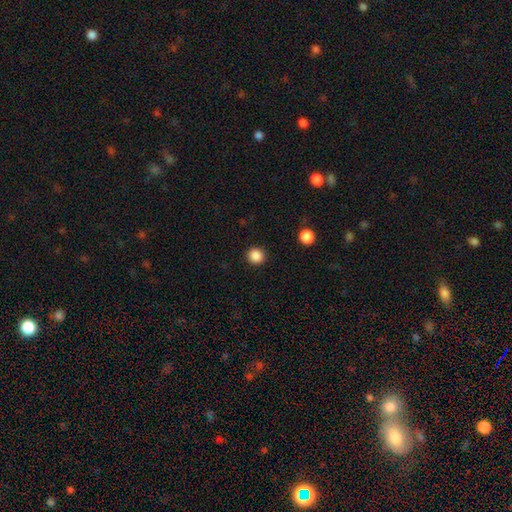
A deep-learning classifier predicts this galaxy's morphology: A smooth galaxy with no disk features (87%) that is round (94%). Merging: none (92%).